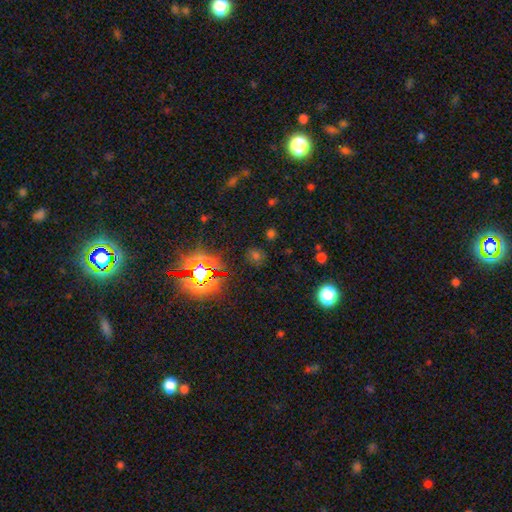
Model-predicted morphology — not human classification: smooth-or-featured: star or artifact: 57% | smooth: 35% | featured or disk: 7%